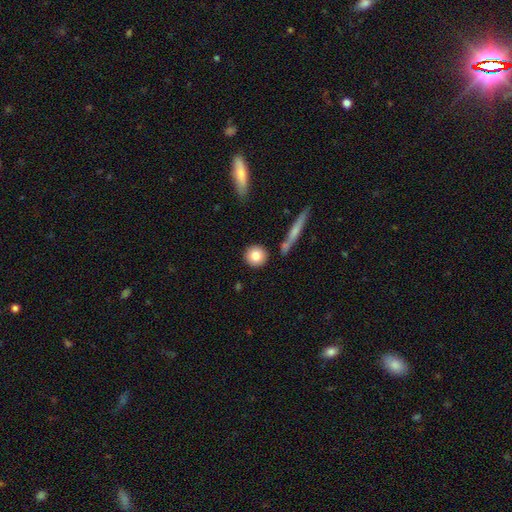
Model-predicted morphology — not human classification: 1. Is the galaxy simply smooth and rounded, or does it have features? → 81% smooth, 11% featured or disk, 8% star or artifact.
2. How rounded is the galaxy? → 90% round, 8% in between, 2% cigar-shaped.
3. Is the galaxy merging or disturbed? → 86% none, 7% minor disturbance, 5% merger, 2% major disturbance.